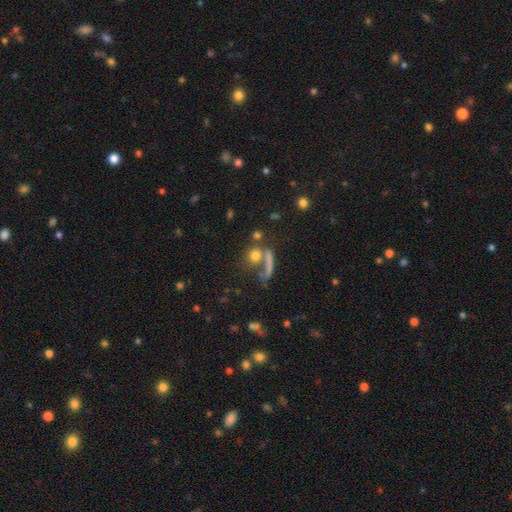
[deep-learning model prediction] Smooth or featured: smooth — 69% (featured or disk — 17%)
How rounded: round — 73% (in between — 20%)
Merging: none — 46% (merger — 30%)